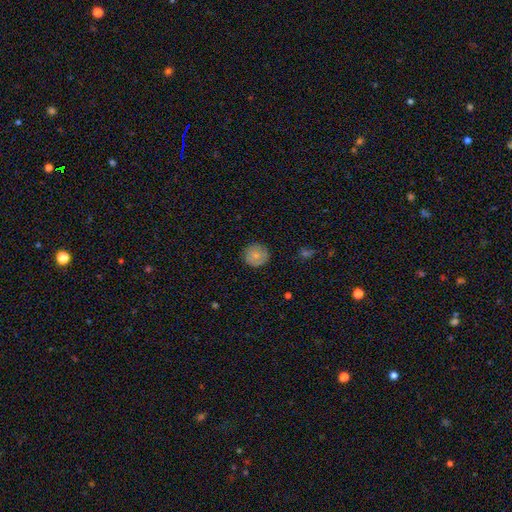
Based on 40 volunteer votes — Morphology: type=smooth (78%); roundness=round (97%); merging=none (83%).